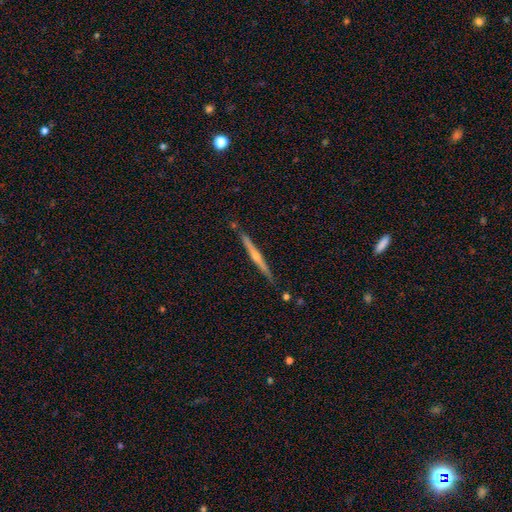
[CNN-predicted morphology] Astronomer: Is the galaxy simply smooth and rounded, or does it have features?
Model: featured or disk — 75%.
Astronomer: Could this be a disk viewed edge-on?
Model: yes — 98%.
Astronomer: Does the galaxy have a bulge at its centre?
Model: rounded — 70%.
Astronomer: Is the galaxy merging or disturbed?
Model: none — 88%.